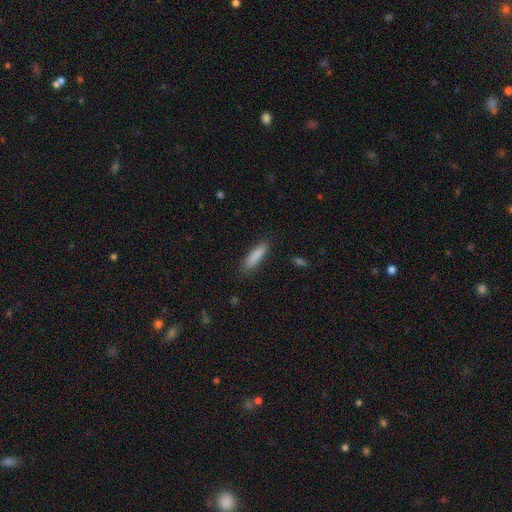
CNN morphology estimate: smooth_or_featured: smooth (p=0.87) [alt: star or artifact p=0.06]
how_rounded: cigar-shaped (p=0.65) [alt: in between p=0.34]
merging: none (p=0.86) [alt: minor disturbance p=0.10]